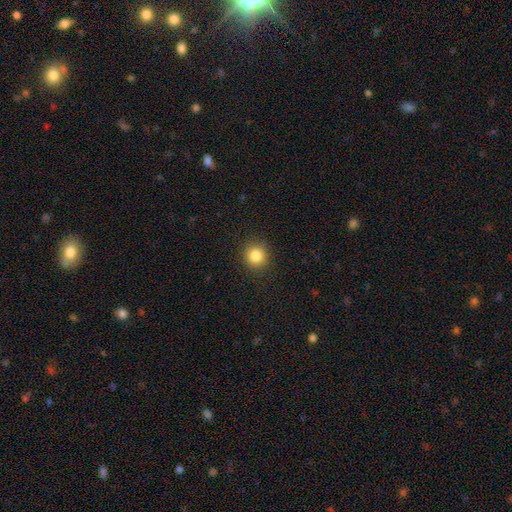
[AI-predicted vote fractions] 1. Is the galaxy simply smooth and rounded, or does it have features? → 85% smooth, 11% star or artifact, 5% featured or disk.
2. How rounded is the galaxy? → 91% round, 8% in between, 1% cigar-shaped.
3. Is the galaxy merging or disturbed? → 90% none, 6% minor disturbance, 2% major disturbance, 1% merger.